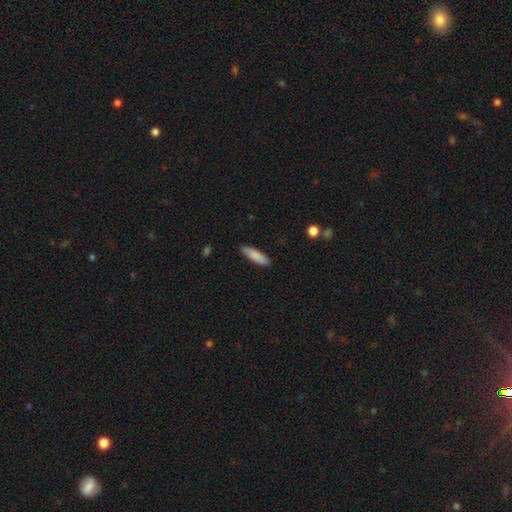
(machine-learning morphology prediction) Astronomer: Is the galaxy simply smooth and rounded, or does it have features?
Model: smooth — 85%.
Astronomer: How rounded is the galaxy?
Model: cigar-shaped — 63%.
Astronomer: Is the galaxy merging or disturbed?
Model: none — 84%.